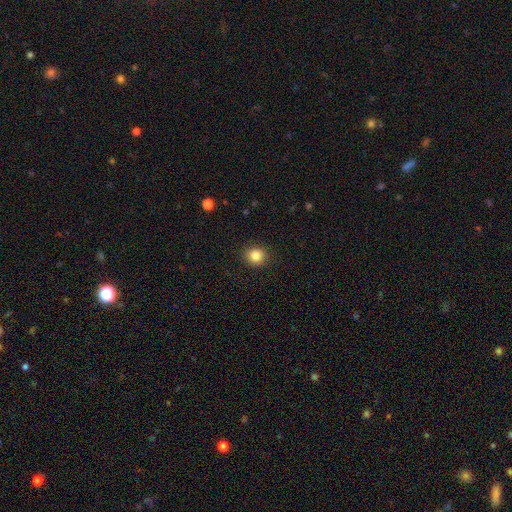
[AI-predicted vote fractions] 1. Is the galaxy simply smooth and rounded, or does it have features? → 84% smooth, 11% star or artifact, 5% featured or disk.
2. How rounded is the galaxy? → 85% round, 14% in between, 1% cigar-shaped.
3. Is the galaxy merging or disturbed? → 91% none, 6% minor disturbance, 2% major disturbance, 1% merger.